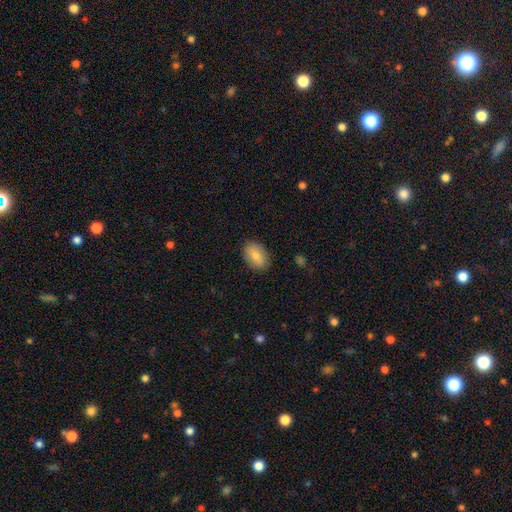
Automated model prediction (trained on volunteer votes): Smooth or featured? smooth (83%)
How rounded? in between (87%)
Merging? none (87%)